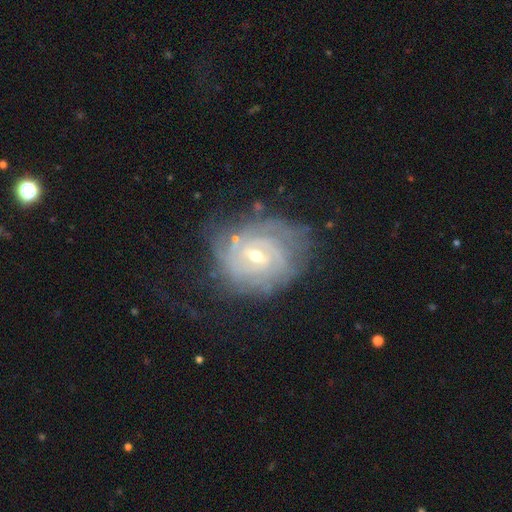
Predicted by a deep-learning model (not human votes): Overall: featured or disk (84%). Edge-on disk: no (96%). Bar: weak (51%; no 34%). Spiral arms: yes (93%). Spiral arm count: can't tell (46%; 2 20%). Spiral winding: tight (76%). Bulge size: small (51%; moderate 46%). Merging: none (64%).